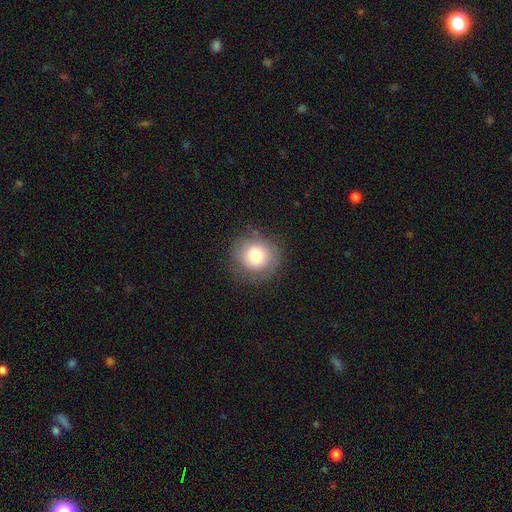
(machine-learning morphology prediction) Smooth or featured: smooth — 72% (featured or disk — 20%)
How rounded: round — 88% (in between — 11%)
Merging: none — 78% (minor disturbance — 15%)